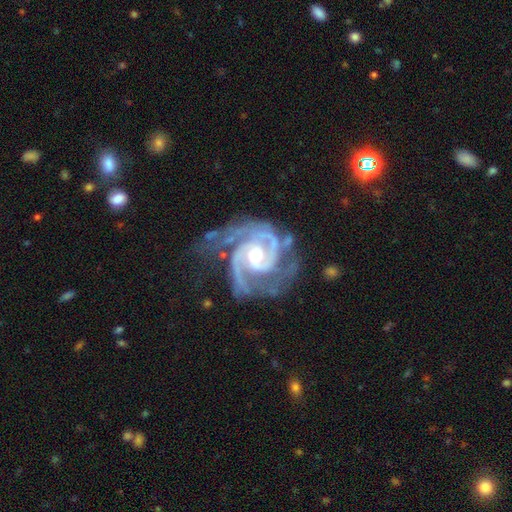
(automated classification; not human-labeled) Smooth or featured?
  - featured or disk: 94% *
  - star or artifact: 4%
  - smooth: 3%
Edge-on disk?
  - no: 98% *
  - yes: 2%
Bar?
  - no: 46% *
  - weak: 41%
  - strong: 14%
Spiral arms?
  - yes: 99% *
  - no: 1%
Spiral winding?
  - tight: 52% *
  - medium: 43%
  - loose: 5%
Spiral arm count?
  - 2: 66% *
  - 3: 20%
  - can't tell: 5%
  - 4: 3%
  - 1: 3%
  - more than 4: 3%
Bulge size?
  - moderate: 66% *
  - small: 26%
  - large: 6%
  - none: 1%
  - dominant: 1%
Merging?
  - none: 58% *
  - minor disturbance: 24%
  - major disturbance: 15%
  - merger: 3%